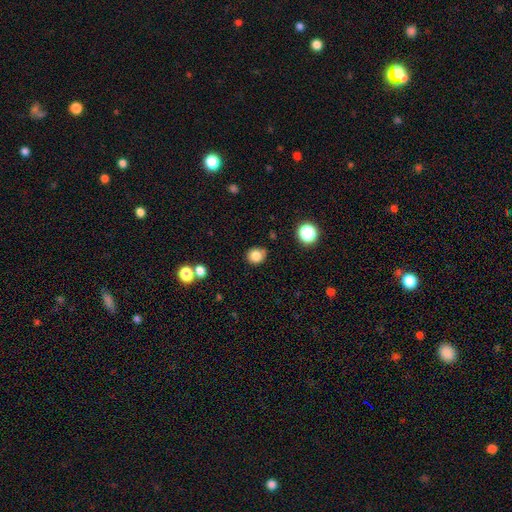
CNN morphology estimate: Smooth or featured?
  - smooth: 82% *
  - star or artifact: 12%
  - featured or disk: 6%
How rounded?
  - round: 78% *
  - in between: 21%
  - cigar-shaped: 1%
Merging?
  - none: 80% *
  - minor disturbance: 14%
  - merger: 3%
  - major disturbance: 3%